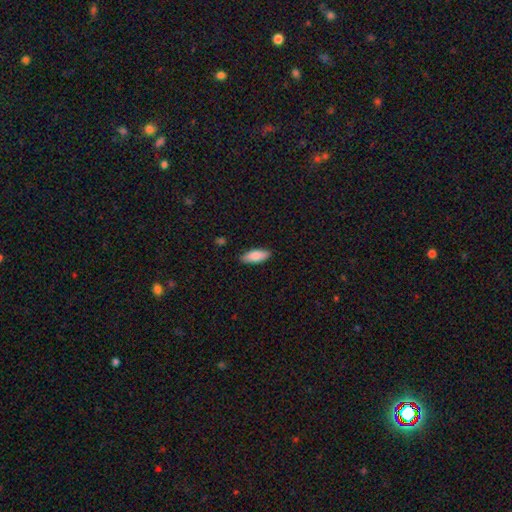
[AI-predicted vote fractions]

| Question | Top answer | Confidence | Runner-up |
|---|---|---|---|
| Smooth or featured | smooth | 85% | featured or disk (9%) |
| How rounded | in between | 76% | cigar-shaped (23%) |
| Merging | none | 87% | minor disturbance (10%) |